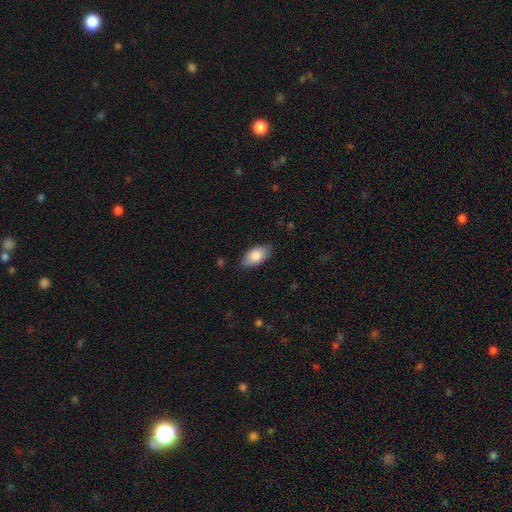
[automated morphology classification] Overall: smooth (85%). How rounded: in between (94%). Merging: none (83%).